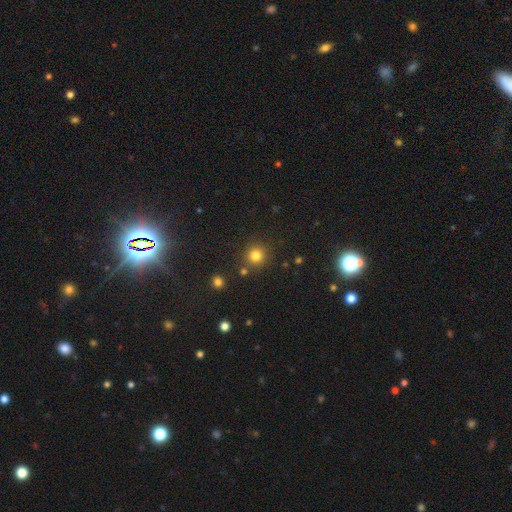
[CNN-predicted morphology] Smooth or featured?
  - smooth: 80% *
  - star or artifact: 14%
  - featured or disk: 5%
How rounded?
  - round: 92% *
  - in between: 7%
  - cigar-shaped: 1%
Merging?
  - none: 84% *
  - minor disturbance: 7%
  - merger: 6%
  - major disturbance: 3%